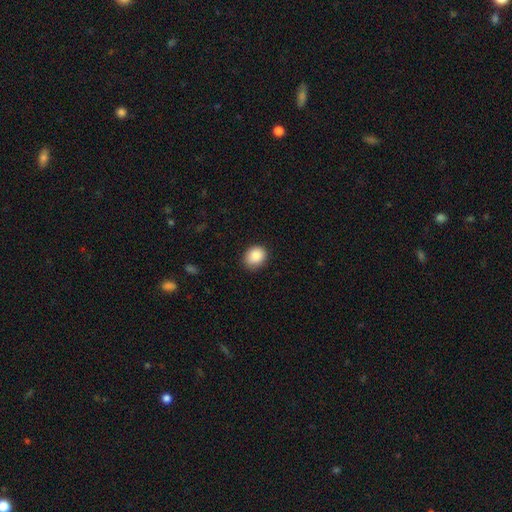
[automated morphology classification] smooth 87%, star or artifact 8%, featured or disk 4%. Down the decision tree: how rounded — round (64%); merging — none (83%).